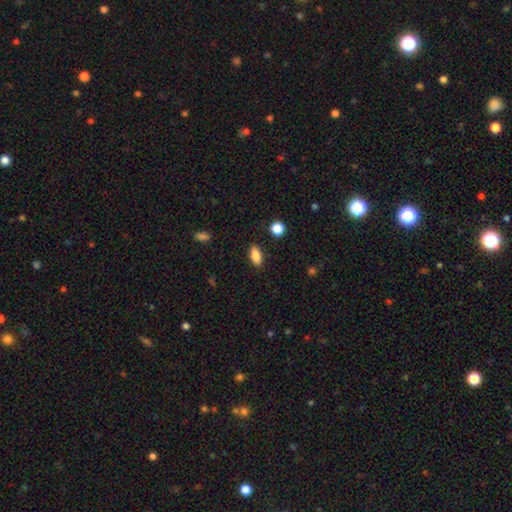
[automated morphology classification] This is clearly a smooth galaxy (86%). How rounded: clearly in between (84%). Merging: clearly none (87%).